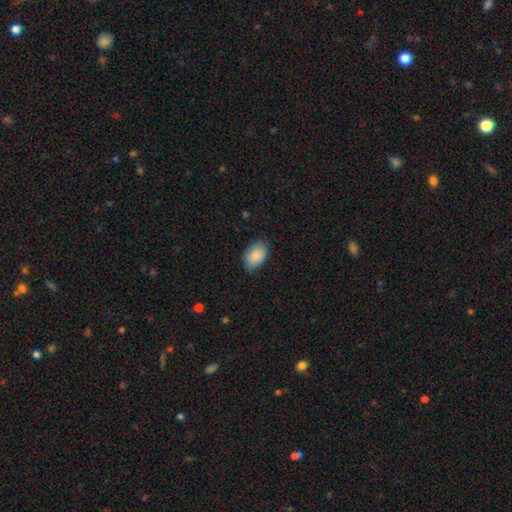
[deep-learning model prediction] Smooth or featured? smooth (88%)
How rounded? in between (89%)
Merging? none (79%)